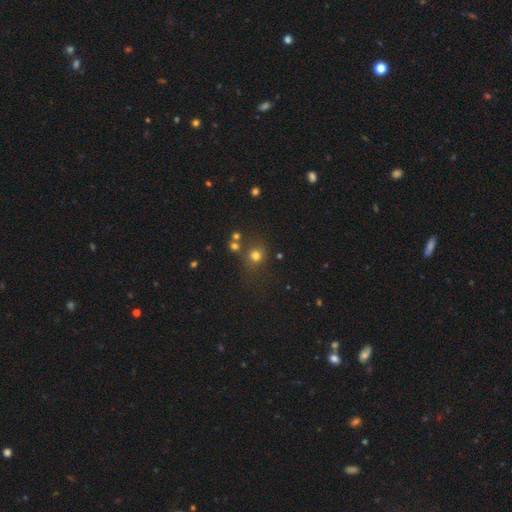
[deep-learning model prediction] Q: Smooth or featured?
A: smooth (71%); runner-up: star or artifact (21%)
Q: How rounded?
A: round (88%); runner-up: in between (11%)
Q: Merging?
A: none (70%); runner-up: merger (13%)